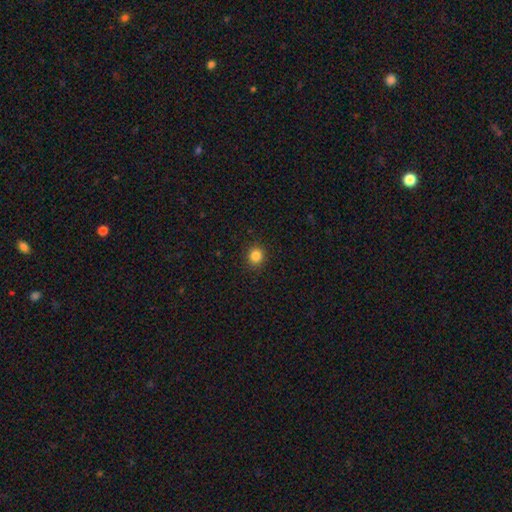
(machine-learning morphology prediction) Q: Smooth or featured?
A: smooth (85%); runner-up: star or artifact (11%)
Q: How rounded?
A: round (90%); runner-up: in between (9%)
Q: Merging?
A: none (91%); runner-up: minor disturbance (6%)